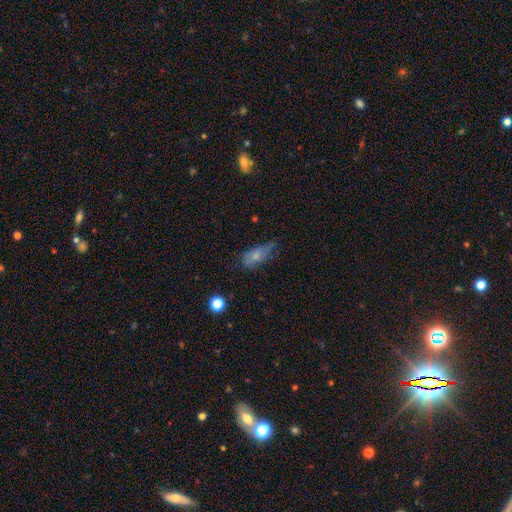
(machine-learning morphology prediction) A smooth galaxy with no disk features (66%) that is in between round and cigar-shaped (75%). Merging: none (43%).